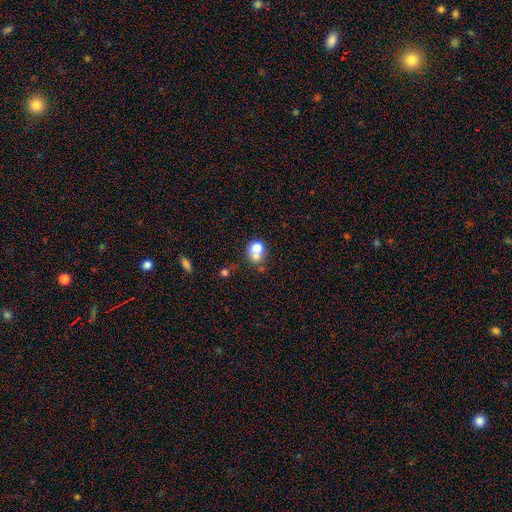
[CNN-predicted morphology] This is likely a smooth galaxy (70%). How rounded: likely round (71%). Merging: possibly merger (51%).